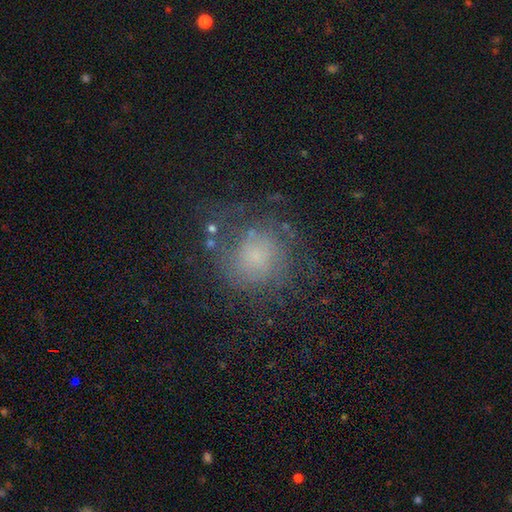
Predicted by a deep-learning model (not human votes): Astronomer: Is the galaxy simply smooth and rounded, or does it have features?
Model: featured or disk — 44% (runner-up: smooth, 39%).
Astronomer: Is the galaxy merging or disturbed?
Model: none — 62%.